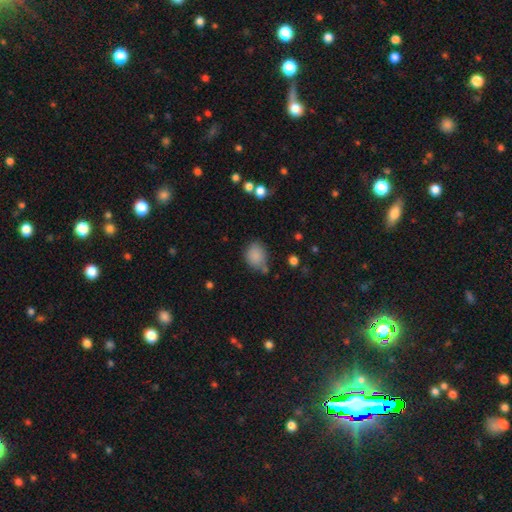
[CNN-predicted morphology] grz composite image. It shows a smooth galaxy with no disk features (85%) that is in between round and cigar-shaped (50%). Merging: none (62%).